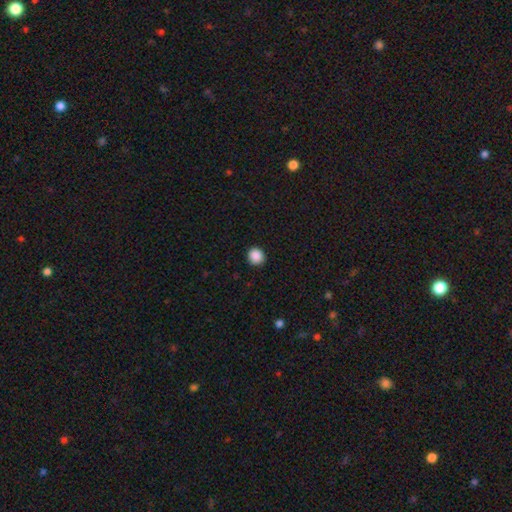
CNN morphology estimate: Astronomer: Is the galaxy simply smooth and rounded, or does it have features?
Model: smooth — 89%.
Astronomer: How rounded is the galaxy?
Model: round — 90%.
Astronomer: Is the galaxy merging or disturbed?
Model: none — 92%.